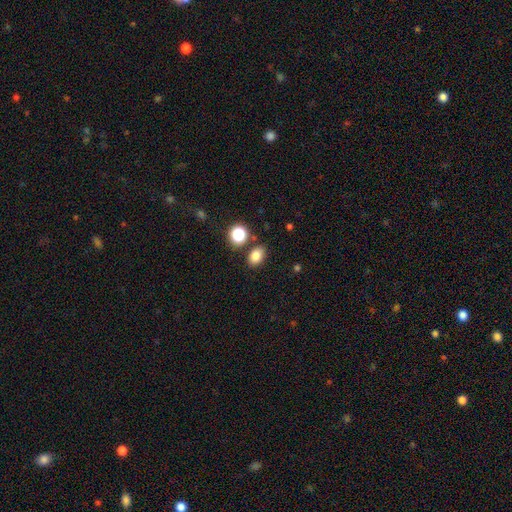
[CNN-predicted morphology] smooth_or_featured: smooth (p=0.82) [alt: star or artifact p=0.13]
how_rounded: in between (p=0.72) [alt: round p=0.27]
merging: none (p=0.80) [alt: minor disturbance p=0.10]